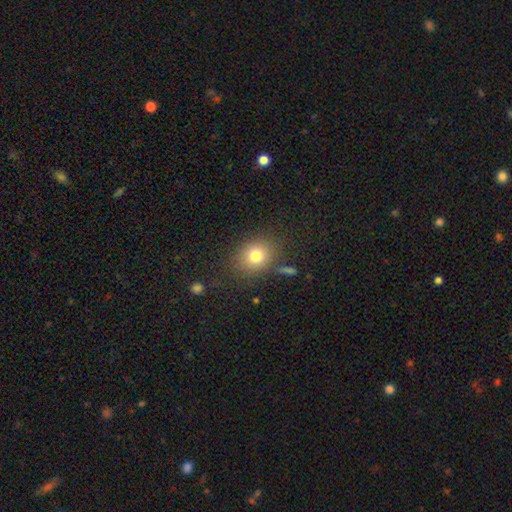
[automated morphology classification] Smooth or featured? Predicted: smooth (p=0.77). How rounded? Predicted: round (p=0.54). Merging? Predicted: none (p=0.80).